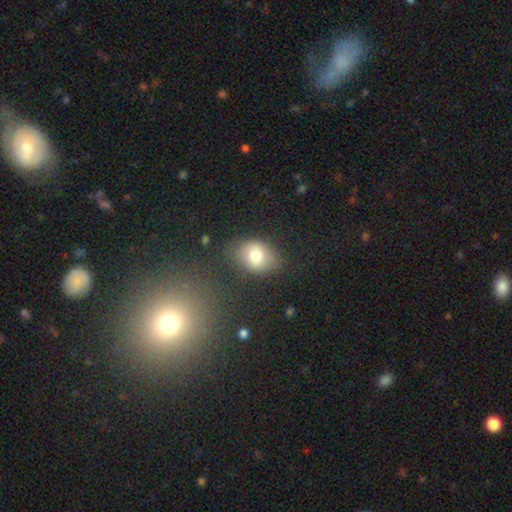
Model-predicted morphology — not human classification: smooth 78%, featured or disk 13%, star or artifact 9%. Down the decision tree: how rounded — in between (65%); merging — none (69%).